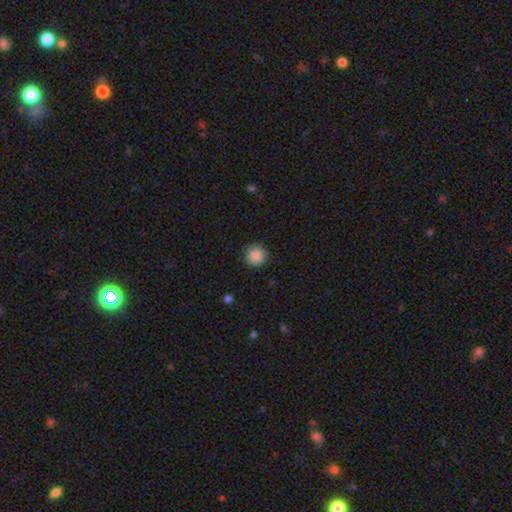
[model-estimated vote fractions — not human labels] A smooth galaxy with no disk features (88%) that is round (95%).

Vote fractions:
- Smooth or featured? smooth: 88% / star or artifact: 9% / featured or disk: 4%
- How rounded? round: 95% / in between: 4% / cigar-shaped: 1%
- Merging? none: 89% / minor disturbance: 7% / major disturbance: 2% / merger: 1%